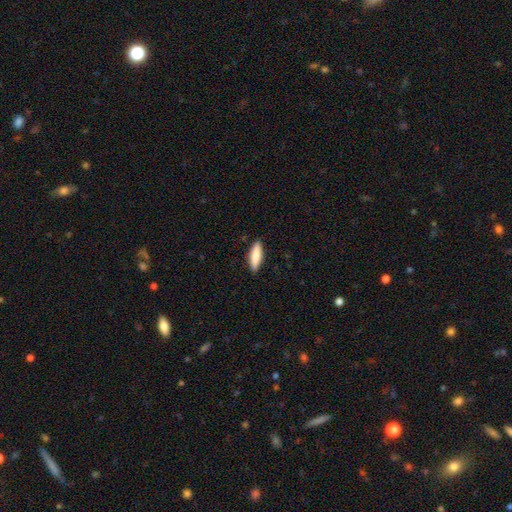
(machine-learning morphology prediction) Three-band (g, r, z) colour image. It shows a smooth galaxy with no disk features (85%) that is cigar-shaped (56%). Merging: none (89%).